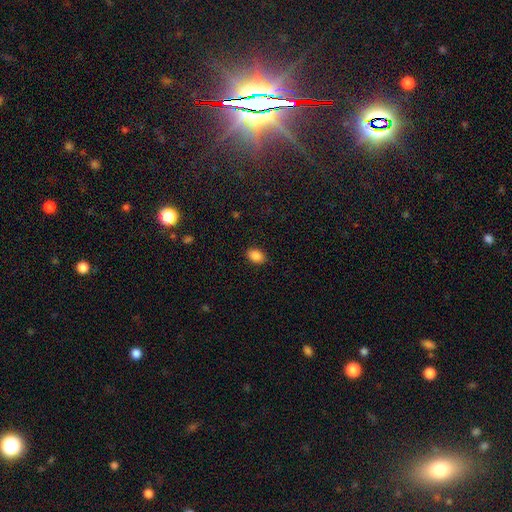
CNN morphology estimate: Q: Smooth or featured?
A: smooth (88%); runner-up: star or artifact (9%)
Q: How rounded?
A: in between (84%); runner-up: round (15%)
Q: Merging?
A: none (87%); runner-up: minor disturbance (9%)